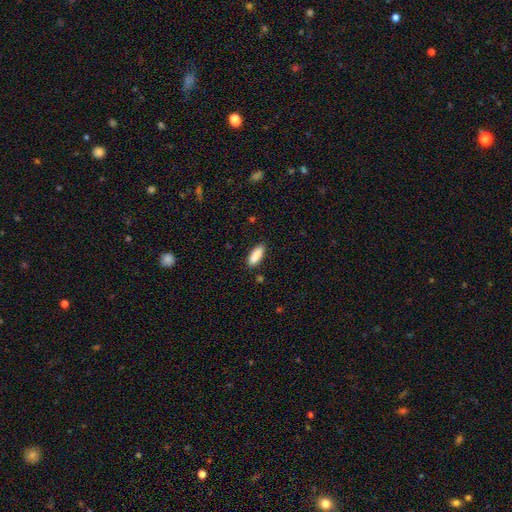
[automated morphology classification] Smooth or featured? smooth (89%)
How rounded? in between (66%)
Merging? none (86%)